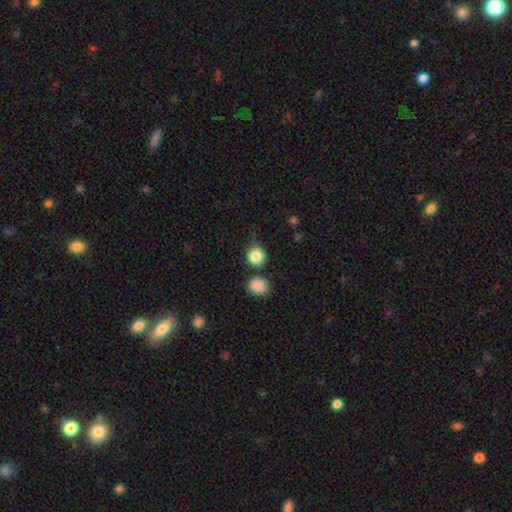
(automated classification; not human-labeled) Q: Smooth or featured?
A: smooth (86%); runner-up: star or artifact (10%)
Q: How rounded?
A: round (88%); runner-up: in between (11%)
Q: Merging?
A: none (67%); runner-up: minor disturbance (17%)